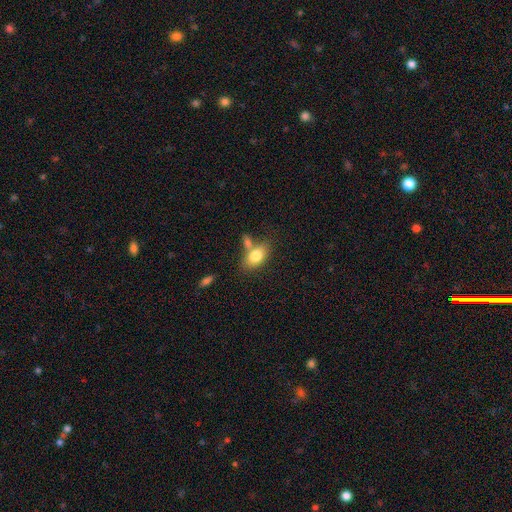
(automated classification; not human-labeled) The model was most divided on "merging": none: 53%, merger: 28%, minor disturbance: 14%, major disturbance: 5%. More confident: how rounded — in between (87%); smooth or featured — smooth (79%).